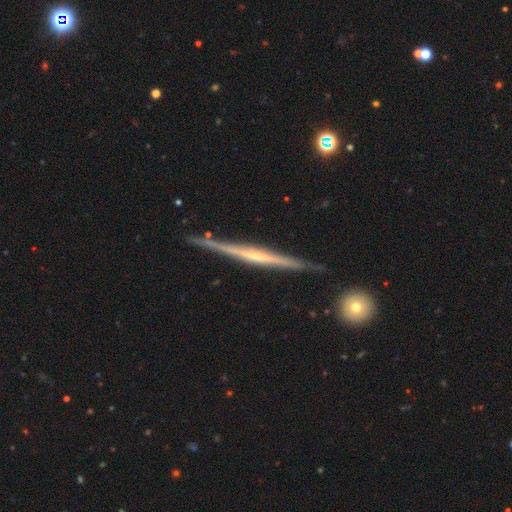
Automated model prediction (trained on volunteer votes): featured or disk 81%, smooth 13%, star or artifact 5%. Down the decision tree: edge-on disk — yes (98%); edge-on bulge — none (51%); merging — none (87%).